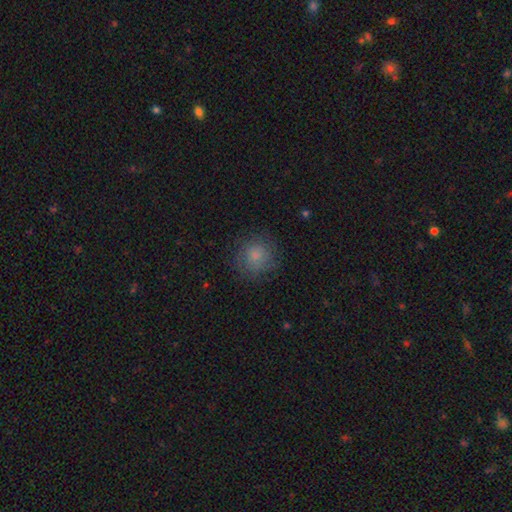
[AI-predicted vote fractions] smooth 78%, featured or disk 12%, star or artifact 10%. Down the decision tree: how rounded — round (89%); merging — none (79%).